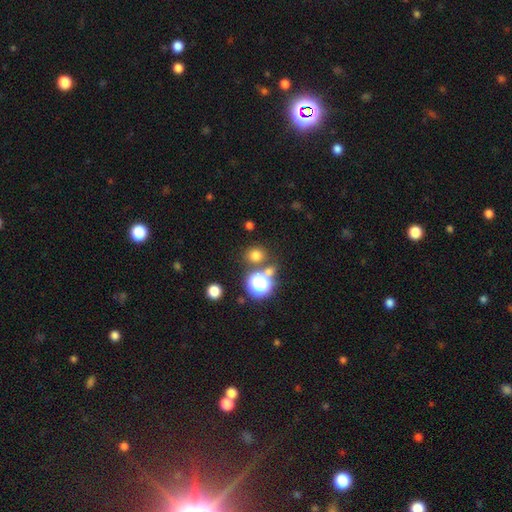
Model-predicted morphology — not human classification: type=smooth (71%); roundness=round (82%); merging=none (77%).